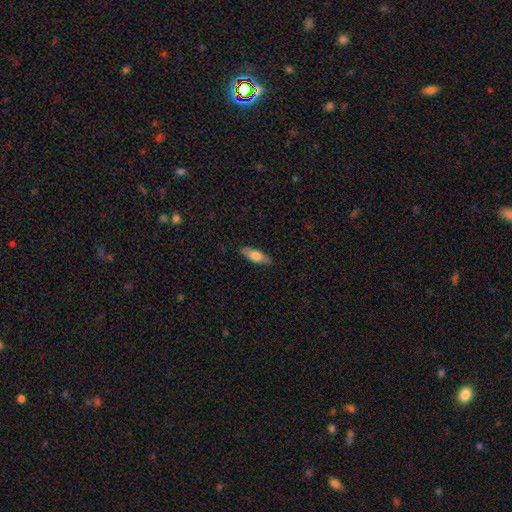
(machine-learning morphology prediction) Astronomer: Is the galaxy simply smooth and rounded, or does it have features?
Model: smooth — 65%.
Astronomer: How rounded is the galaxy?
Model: in between — 58% (runner-up: cigar-shaped, 39%).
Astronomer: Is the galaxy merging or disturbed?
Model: none — 87%.